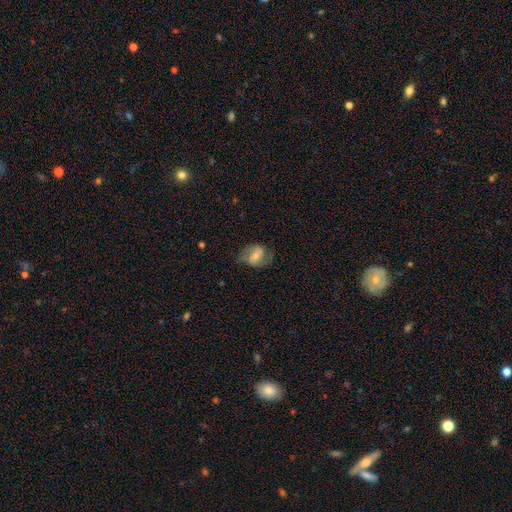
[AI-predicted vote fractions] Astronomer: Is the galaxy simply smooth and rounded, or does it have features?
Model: featured or disk — 58% (runner-up: smooth, 34%).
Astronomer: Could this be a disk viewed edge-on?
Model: no — 96%.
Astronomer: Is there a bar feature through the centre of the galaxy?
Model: weak — 42% (runner-up: no, 35%).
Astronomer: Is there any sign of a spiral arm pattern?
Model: yes — 82%.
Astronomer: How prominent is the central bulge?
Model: small — 46% (runner-up: moderate, 44%).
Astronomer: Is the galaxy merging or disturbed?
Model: none — 64%.